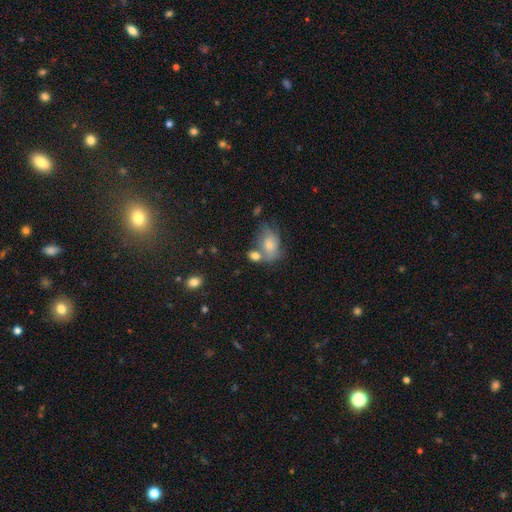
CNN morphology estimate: A smooth galaxy with no disk features (75%) that is in between round and cigar-shaped (69%).

Vote fractions:
- Smooth or featured? smooth: 75% / featured or disk: 14% / star or artifact: 11%
- How rounded? in between: 69% / round: 29% / cigar-shaped: 2%
- Merging? none: 42% / merger: 35% / minor disturbance: 16% / major disturbance: 7%